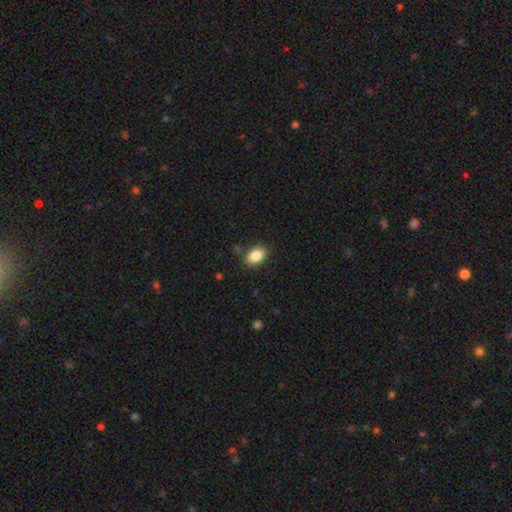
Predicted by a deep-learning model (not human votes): Smooth or featured? smooth (86%)
How rounded? in between (84%)
Merging? none (85%)